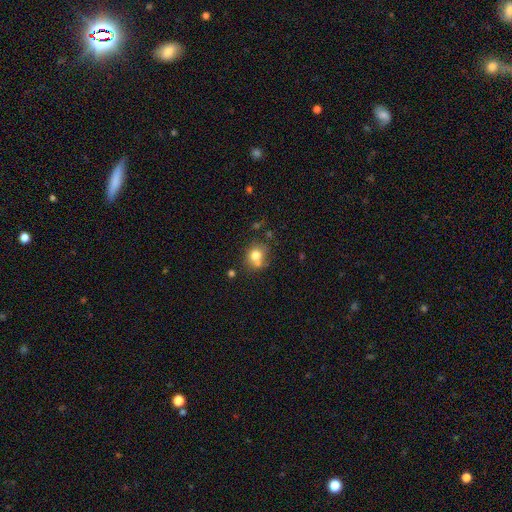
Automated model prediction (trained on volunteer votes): smooth_or_featured: smooth (p=0.76) [alt: featured or disk p=0.12]
how_rounded: round (p=0.72) [alt: in between p=0.27]
merging: none (p=0.57) [alt: minor disturbance p=0.19]